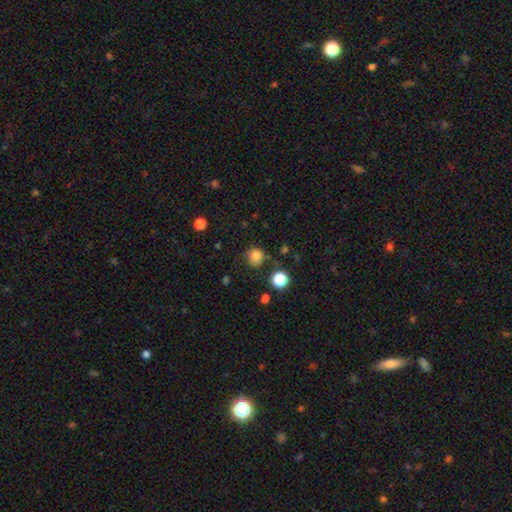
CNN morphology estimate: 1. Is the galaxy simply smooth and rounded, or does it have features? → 81% smooth, 13% star or artifact, 6% featured or disk.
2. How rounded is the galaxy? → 87% round, 12% in between, 1% cigar-shaped.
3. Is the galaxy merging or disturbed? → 73% none, 18% minor disturbance, 6% major disturbance, 4% merger.